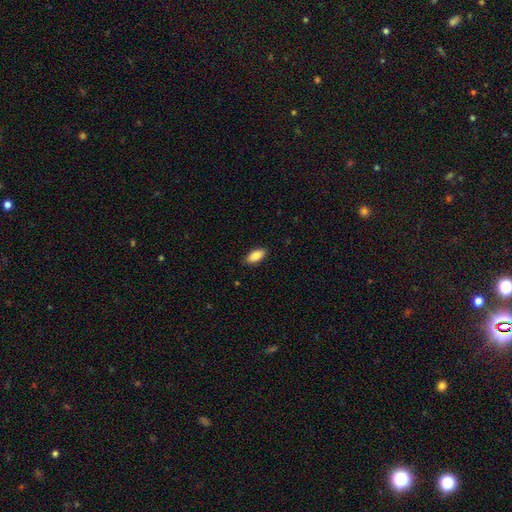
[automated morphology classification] A smooth galaxy with no disk features (87%) that is in between round and cigar-shaped (90%). Merging: none (89%).